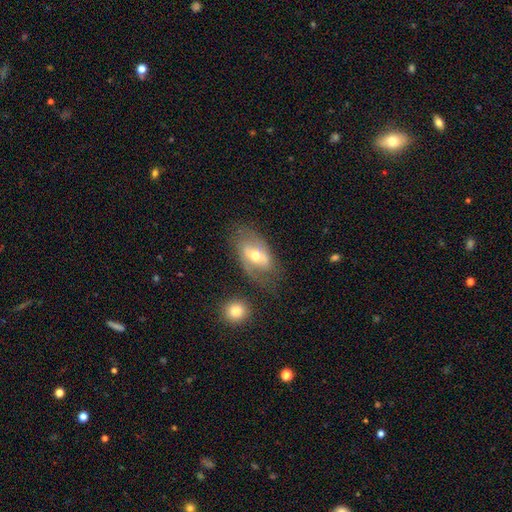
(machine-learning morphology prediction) This appears to be a featured or disk galaxy (61%) with a weak bar (39%), spiral arms (66%) and a moderate central bulge (70%). Merging: none (64%).